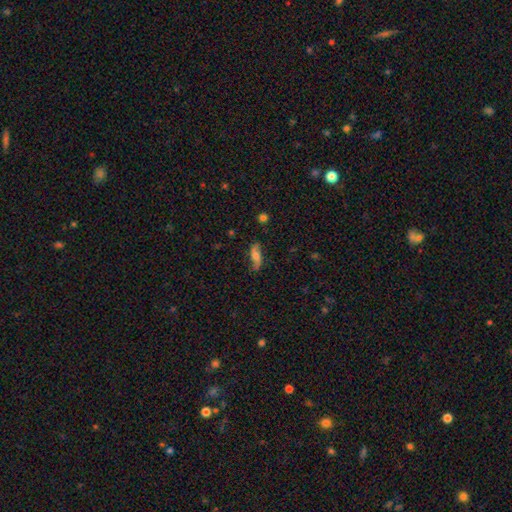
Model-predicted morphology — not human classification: Smooth or featured?
  - featured or disk: 58% *
  - smooth: 34%
  - star or artifact: 8%
Edge-on disk?
  - no: 83% *
  - yes: 17%
Merging?
  - none: 76% *
  - minor disturbance: 17%
  - major disturbance: 5%
  - merger: 2%